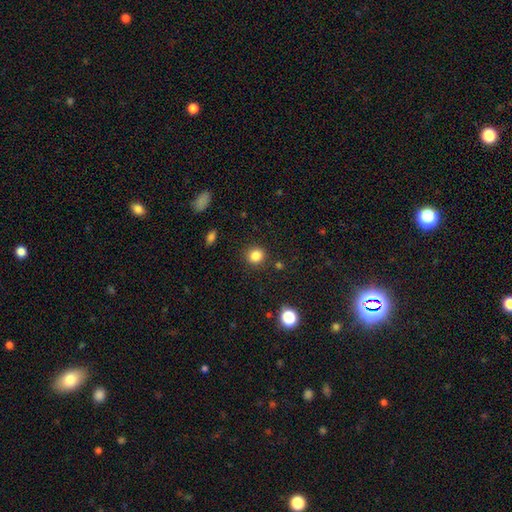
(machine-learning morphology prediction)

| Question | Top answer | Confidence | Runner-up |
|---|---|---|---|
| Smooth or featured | smooth | 84% | star or artifact (12%) |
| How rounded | round | 89% | in between (10%) |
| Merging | none | 89% | minor disturbance (7%) |